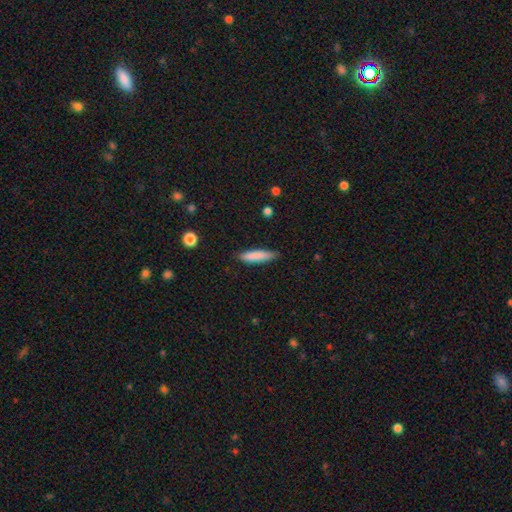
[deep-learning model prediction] Smooth or featured?
  - smooth: 85% *
  - featured or disk: 9%
  - star or artifact: 6%
How rounded?
  - cigar-shaped: 79% *
  - in between: 19%
  - round: 1%
Merging?
  - none: 84% *
  - minor disturbance: 13%
  - major disturbance: 2%
  - merger: 1%